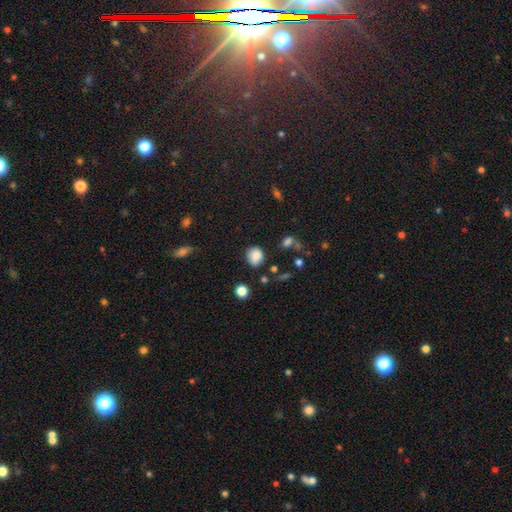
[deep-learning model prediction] smooth_or_featured: smooth (p=0.83) [alt: star or artifact p=0.11]
how_rounded: round (p=0.69) [alt: in between p=0.30]
merging: none (p=0.74) [alt: minor disturbance p=0.19]